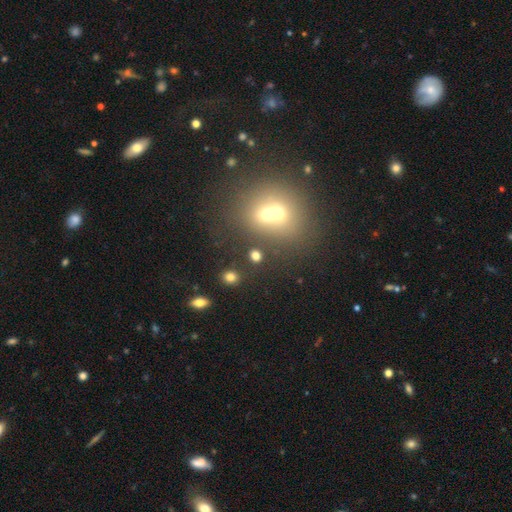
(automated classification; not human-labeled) This appears to be a smooth galaxy with no disk features (70%) that is round (72%). Merging: none (63%).